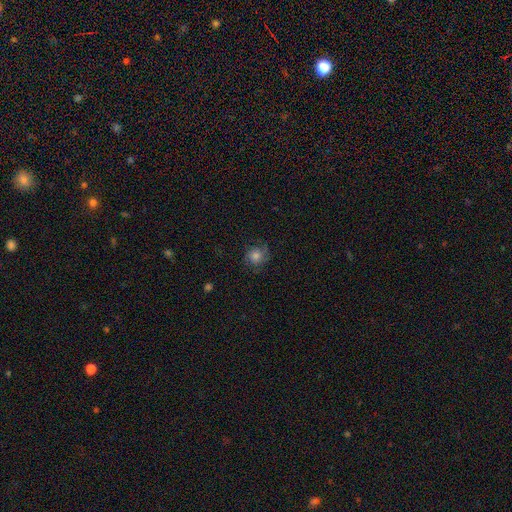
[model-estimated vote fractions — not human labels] smooth-or-featured: smooth: 51% | featured or disk: 36% | star or artifact: 12%
  how-rounded: round: 85% | in between: 14% | cigar-shaped: 1%
  merging: none: 71% | minor disturbance: 19% | major disturbance: 10% | merger: 1%